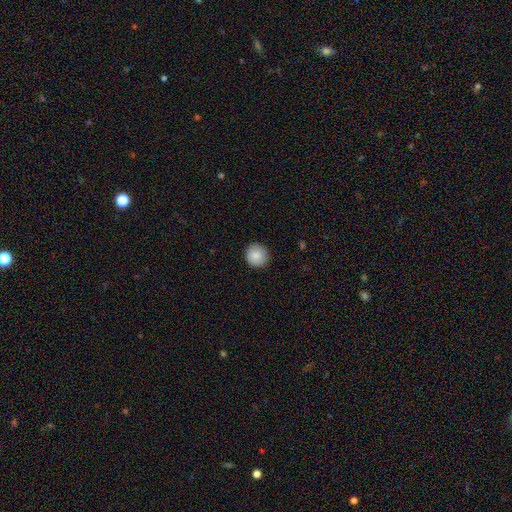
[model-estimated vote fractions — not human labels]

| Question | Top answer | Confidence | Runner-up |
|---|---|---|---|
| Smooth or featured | smooth | 87% | star or artifact (8%) |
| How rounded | round | 93% | in between (6%) |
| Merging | none | 90% | minor disturbance (7%) |